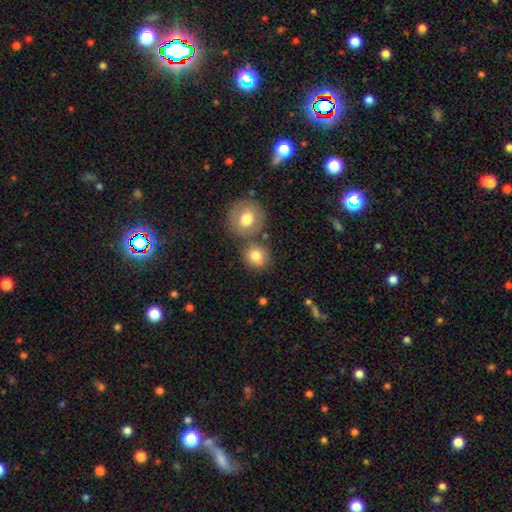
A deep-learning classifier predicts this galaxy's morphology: A smooth galaxy with no disk features (79%) that is round (85%). Merging: none (61%).